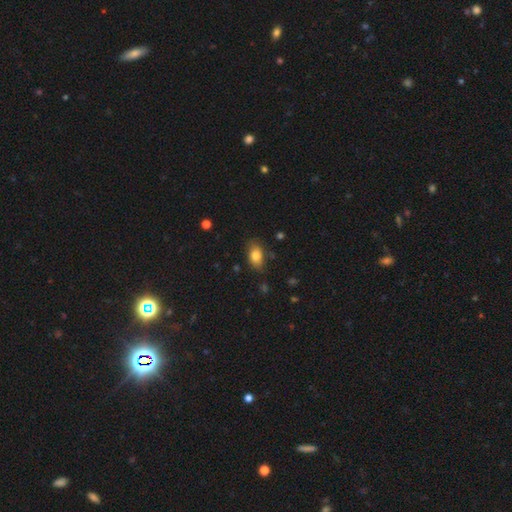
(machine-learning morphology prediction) type=smooth (81%); roundness=in between (87%); merging=none (79%).